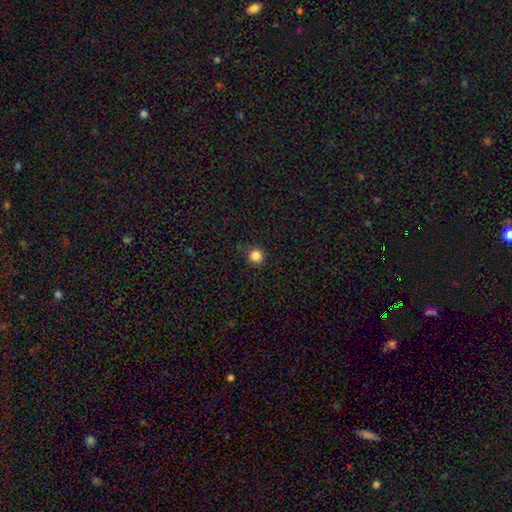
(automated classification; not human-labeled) This is clearly a smooth galaxy (85%). How rounded: clearly round (94%). Merging: clearly none (84%).